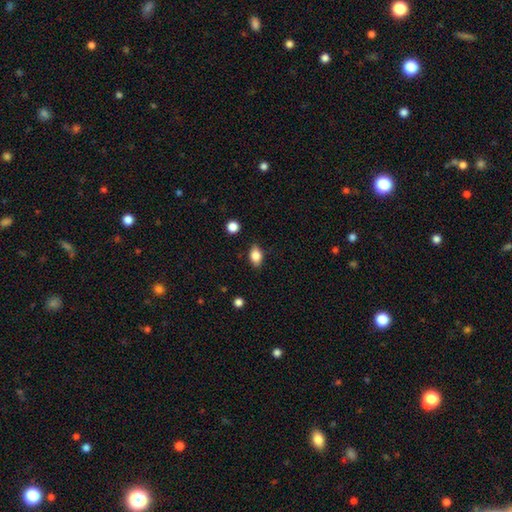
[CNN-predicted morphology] Smooth or featured: smooth — 83% (star or artifact — 8%)
How rounded: in between — 84% (round — 13%)
Merging: none — 84% (minor disturbance — 12%)